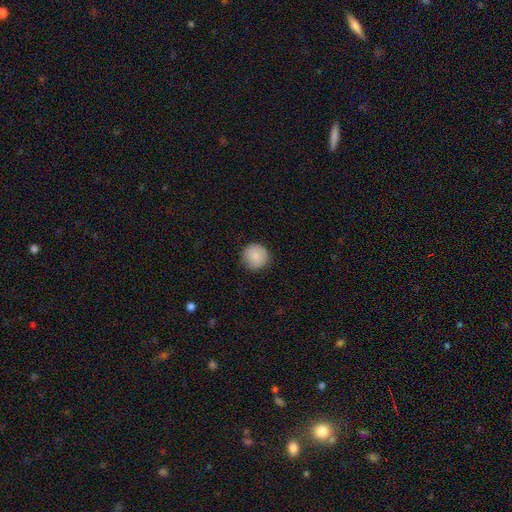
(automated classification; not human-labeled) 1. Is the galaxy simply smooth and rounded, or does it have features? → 86% smooth, 7% star or artifact, 6% featured or disk.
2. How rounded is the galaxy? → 95% round, 4% in between, 1% cigar-shaped.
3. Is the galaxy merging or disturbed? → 89% none, 8% minor disturbance, 2% major disturbance, 1% merger.